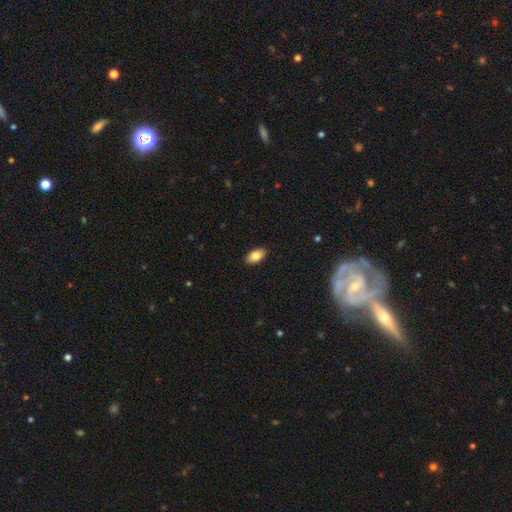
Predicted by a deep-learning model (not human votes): This appears to be a smooth galaxy with no disk features (85%) that is in between round and cigar-shaped (93%). Merging: none (90%).